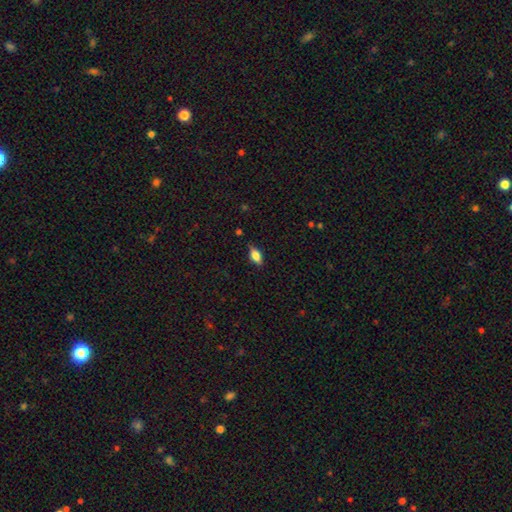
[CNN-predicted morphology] Q: Smooth or featured?
A: smooth (75%); runner-up: featured or disk (17%)
Q: How rounded?
A: in between (85%); runner-up: cigar-shaped (10%)
Q: Merging?
A: none (81%); runner-up: minor disturbance (15%)